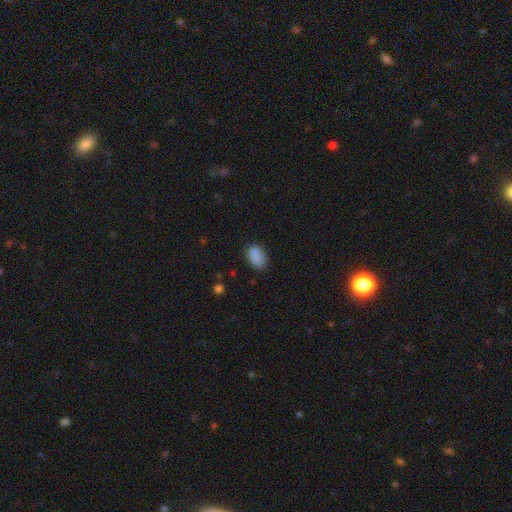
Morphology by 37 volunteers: smooth 97%, star or artifact 3%, featured or disk 0%. Down the decision tree: how rounded — in between (89%); merging — none (69%).